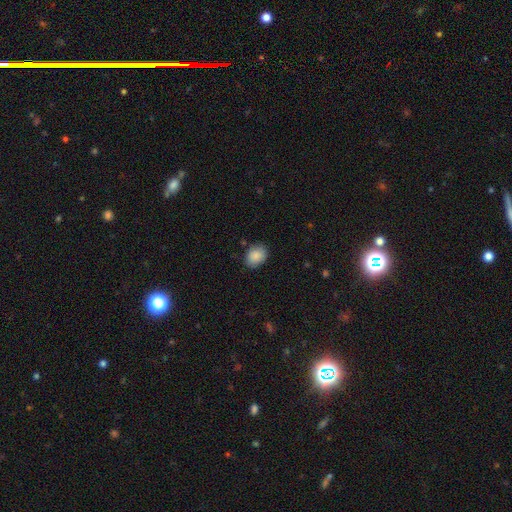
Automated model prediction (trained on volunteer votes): A smooth galaxy with no disk features (87%) that is in between round and cigar-shaped (65%). Merging: none (81%).